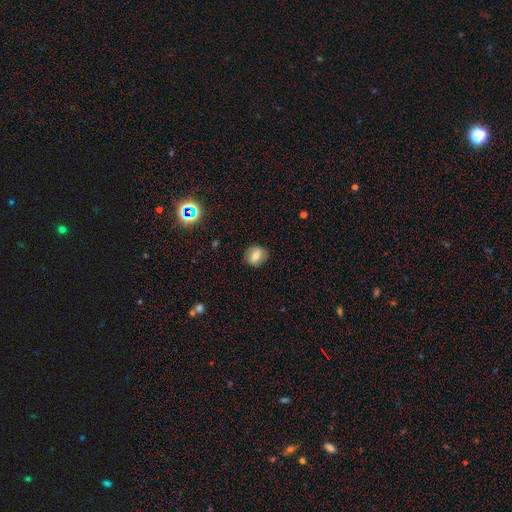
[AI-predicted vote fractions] This is likely a smooth galaxy (70%). How rounded: likely round (75%). Merging: clearly none (87%).